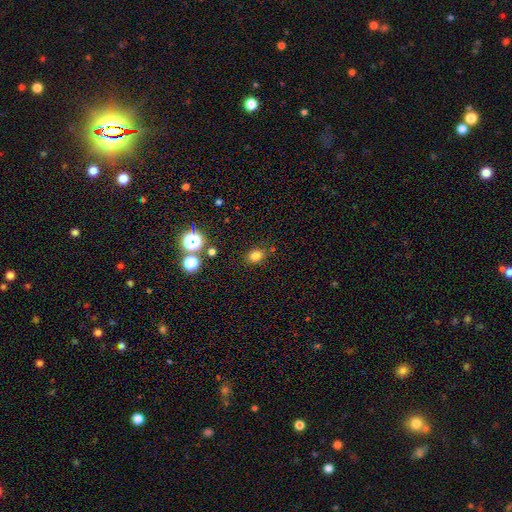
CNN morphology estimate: type=smooth (78%); roundness=in between (50%); merging=none (82%).